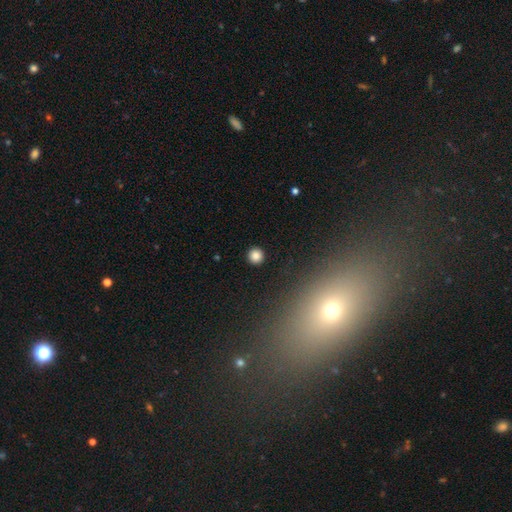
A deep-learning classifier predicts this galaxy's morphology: A smooth galaxy with no disk features (84%) that is round (95%).

Vote fractions:
- Smooth or featured? smooth: 84% / star or artifact: 12% / featured or disk: 4%
- How rounded? round: 95% / in between: 4% / cigar-shaped: 1%
- Merging? none: 92% / minor disturbance: 5% / major disturbance: 2% / merger: 1%